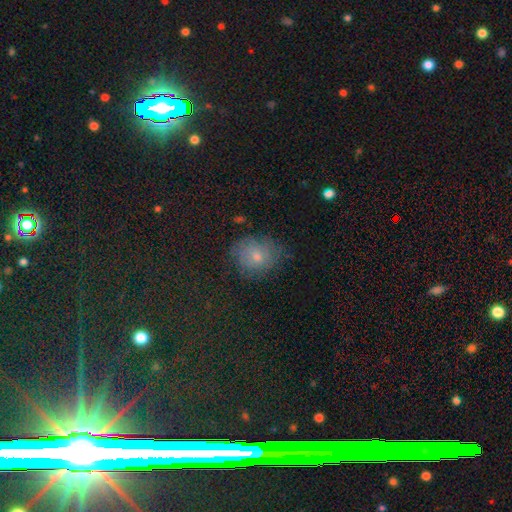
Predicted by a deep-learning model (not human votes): Smooth or featured: smooth — 56% (featured or disk — 26%)
How rounded: round — 69% (in between — 30%)
Merging: none — 69% (minor disturbance — 22%)